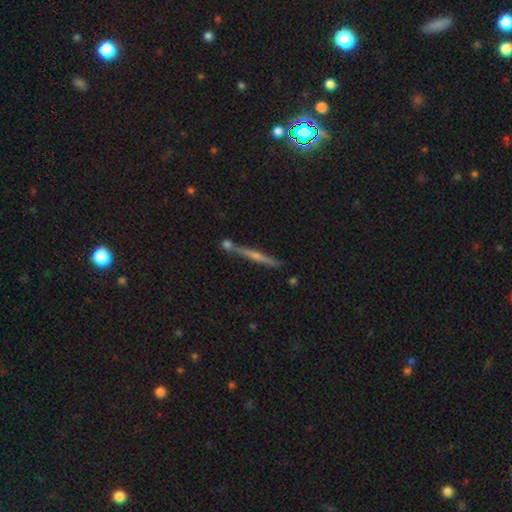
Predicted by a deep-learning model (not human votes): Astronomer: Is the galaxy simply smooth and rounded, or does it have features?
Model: featured or disk — 69%.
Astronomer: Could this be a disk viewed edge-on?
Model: yes — 97%.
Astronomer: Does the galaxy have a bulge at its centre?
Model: rounded — 63%.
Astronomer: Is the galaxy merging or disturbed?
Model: none — 76%.